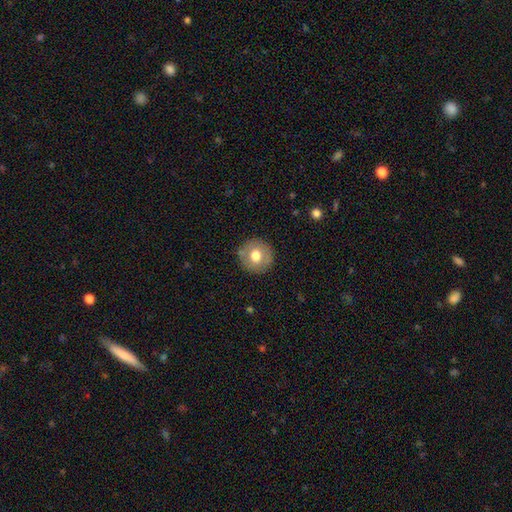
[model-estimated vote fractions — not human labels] This is likely a smooth galaxy (71%). How rounded: clearly round (94%). Merging: clearly none (88%).